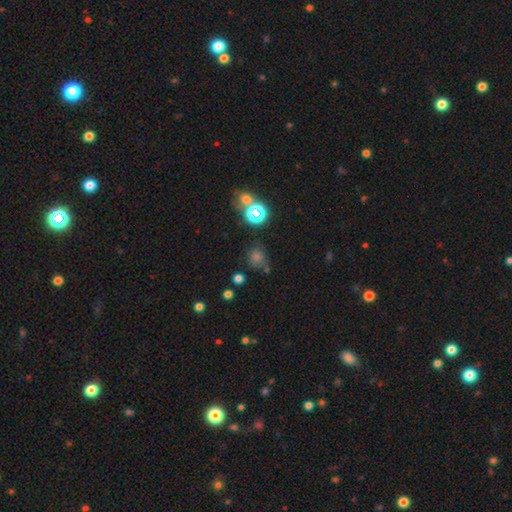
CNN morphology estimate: A smooth galaxy with no disk features (57%) that is round (83%). Merging: none (67%).